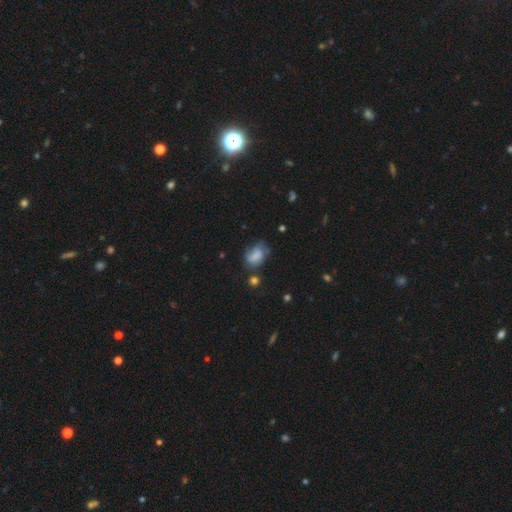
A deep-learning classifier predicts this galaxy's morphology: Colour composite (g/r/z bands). It shows a smooth galaxy with no disk features (55%) that is in between round and cigar-shaped (74%). Merging: none (43%).